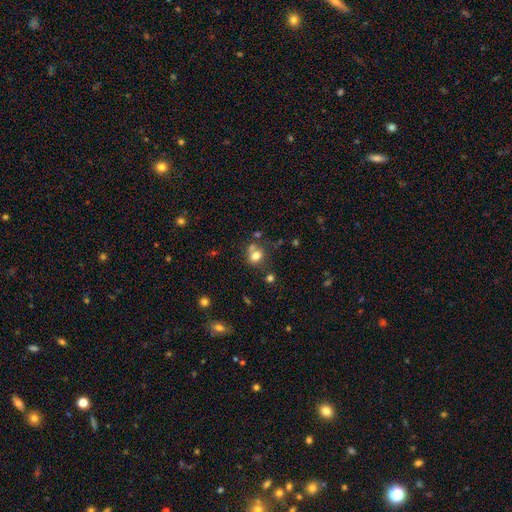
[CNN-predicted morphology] A smooth galaxy with no disk features (75%) that is round (62%). Merging: none (52%).